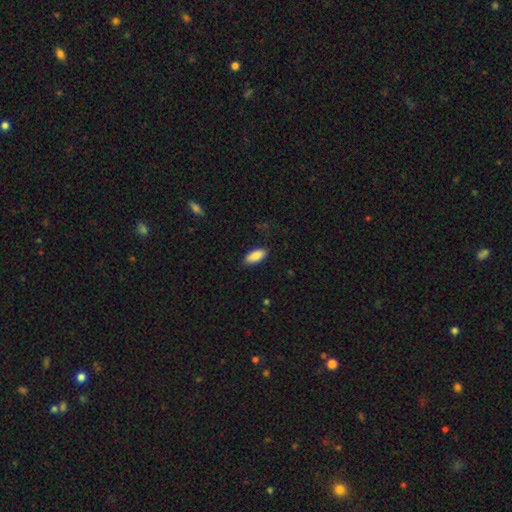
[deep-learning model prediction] Smooth or featured?
  - smooth: 88% *
  - star or artifact: 6%
  - featured or disk: 6%
How rounded?
  - in between: 86% *
  - cigar-shaped: 12%
  - round: 2%
Merging?
  - none: 85% *
  - minor disturbance: 11%
  - major disturbance: 2%
  - merger: 1%